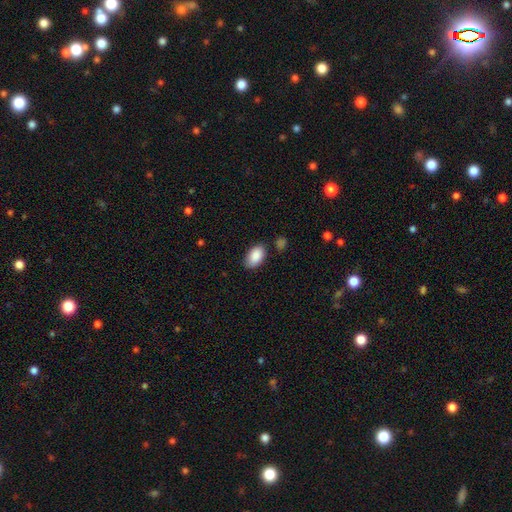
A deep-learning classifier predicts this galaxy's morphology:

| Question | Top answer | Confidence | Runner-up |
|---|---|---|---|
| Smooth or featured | smooth | 89% | star or artifact (7%) |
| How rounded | in between | 93% | round (6%) |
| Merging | none | 78% | minor disturbance (16%) |